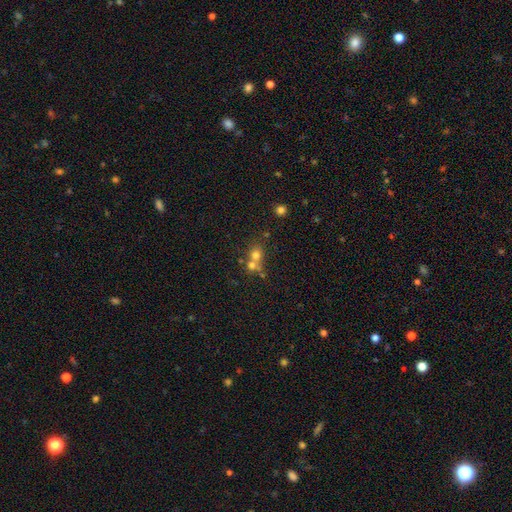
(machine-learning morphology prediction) Smooth or featured?
  - smooth: 64% *
  - star or artifact: 19%
  - featured or disk: 16%
How rounded?
  - round: 81% *
  - in between: 18%
  - cigar-shaped: 1%
Merging?
  - merger: 53% *
  - none: 37%
  - minor disturbance: 6%
  - major disturbance: 4%